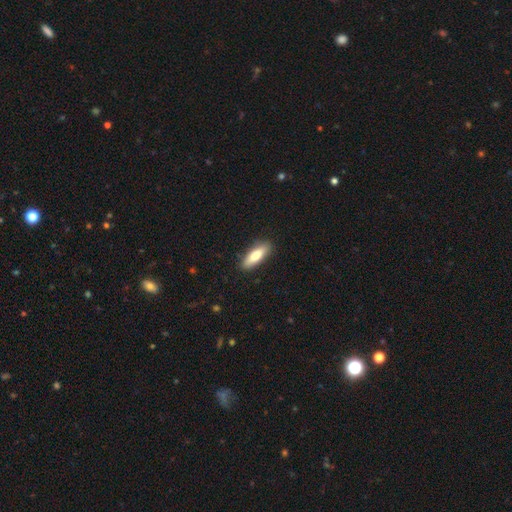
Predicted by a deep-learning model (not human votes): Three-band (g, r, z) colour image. It shows a smooth galaxy with no disk features (79%) that is in between round and cigar-shaped (56%). Merging: none (88%).